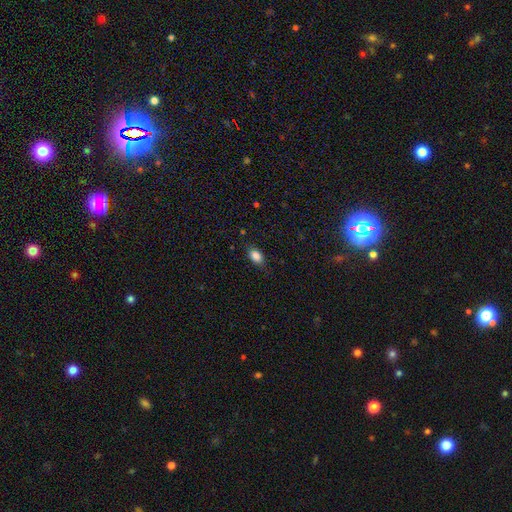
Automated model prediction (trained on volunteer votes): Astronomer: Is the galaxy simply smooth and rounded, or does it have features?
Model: smooth — 86%.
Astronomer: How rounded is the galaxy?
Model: in between — 85%.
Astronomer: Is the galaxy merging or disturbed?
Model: none — 80%.